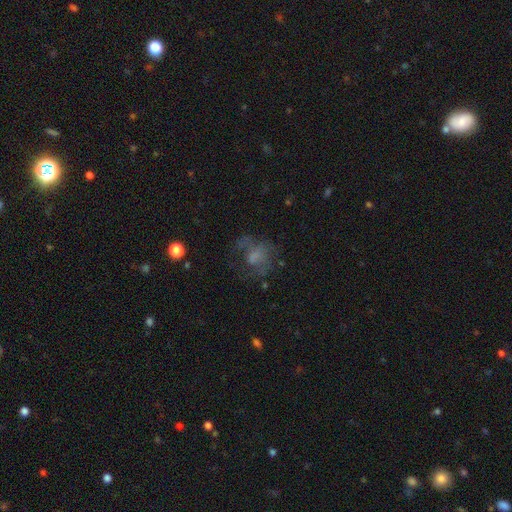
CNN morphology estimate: The model was most divided on "smooth or featured": smooth: 43%, featured or disk: 39%, star or artifact: 18%. Remaining: merging — none (42%).